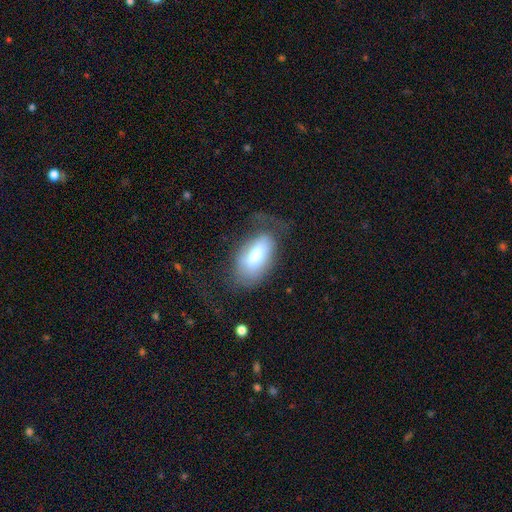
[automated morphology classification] Smooth or featured? smooth (66%)
How rounded? in between (91%)
Merging? none (42%)